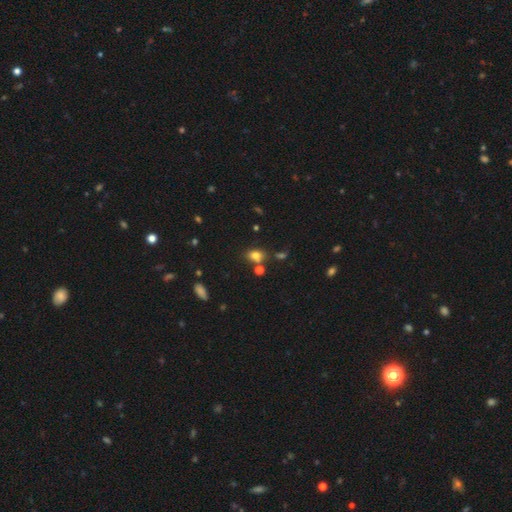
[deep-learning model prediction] This appears to be a smooth galaxy with no disk features (77%) that is in between round and cigar-shaped (69%). Merging: none (66%).